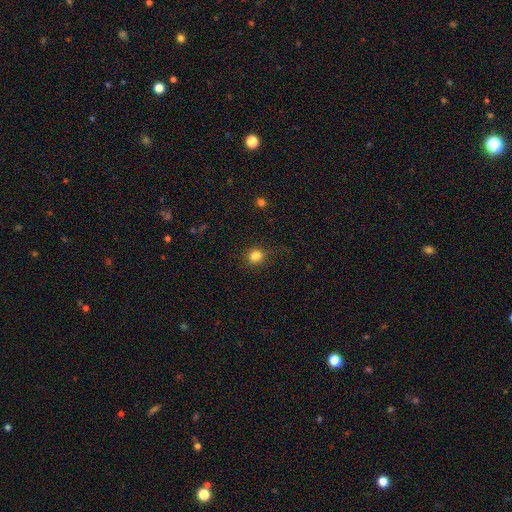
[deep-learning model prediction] Overall: smooth (84%). How rounded: round (74%). Merging: none (79%).